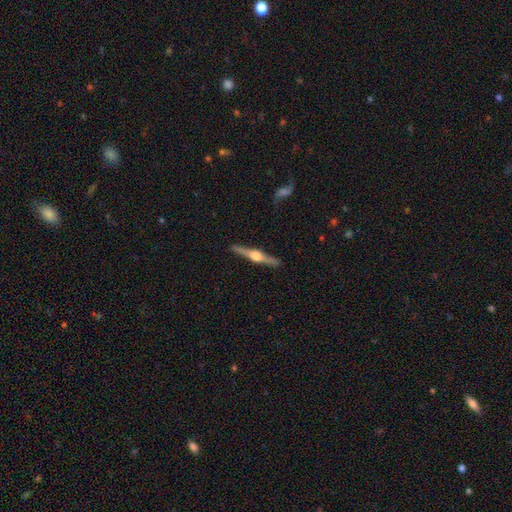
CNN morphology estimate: Smooth or featured? Predicted: featured or disk (p=0.83). Edge-on disk? Predicted: yes (p=0.98). Edge-on bulge? Predicted: rounded (p=0.95). Merging? Predicted: none (p=0.92).